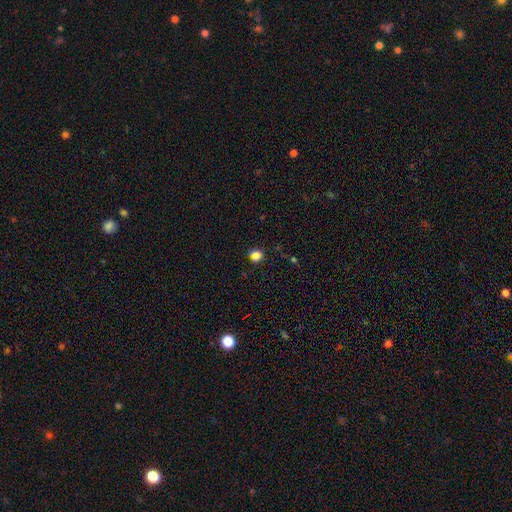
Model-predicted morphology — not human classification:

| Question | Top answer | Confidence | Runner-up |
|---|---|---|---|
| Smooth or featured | smooth | 77% | star or artifact (18%) |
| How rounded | round | 82% | in between (16%) |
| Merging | none | 80% | minor disturbance (11%) |